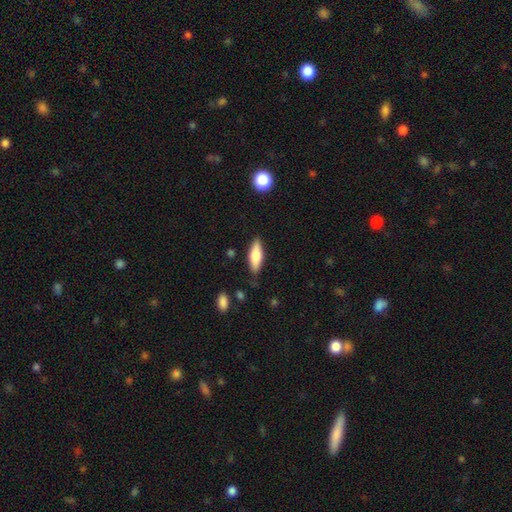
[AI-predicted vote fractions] smooth 70%, featured or disk 24%, star or artifact 6%. Down the decision tree: how rounded — in between (52%); merging — none (83%).